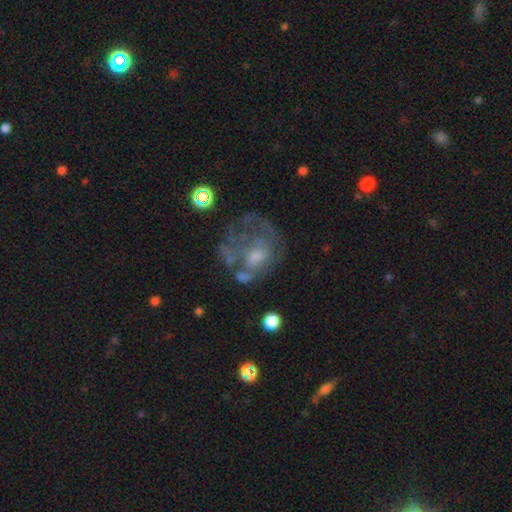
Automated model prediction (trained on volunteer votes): A featured or disk galaxy (56%) with no bar (78%), no spiral arms (73%) and a moderate central bulge (33%, tied with small). Merging: major disturbance (38%).